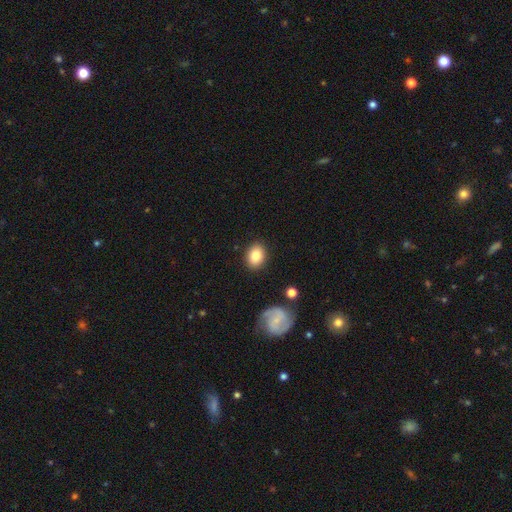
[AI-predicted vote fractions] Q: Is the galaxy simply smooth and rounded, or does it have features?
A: smooth — 84%.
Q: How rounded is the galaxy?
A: in between — 62%.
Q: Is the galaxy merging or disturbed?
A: none — 86%.